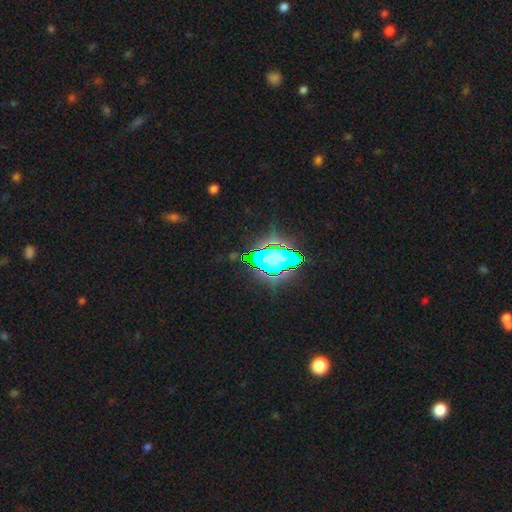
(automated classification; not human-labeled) This is likely a star or artifact rather than a galaxy (80%).